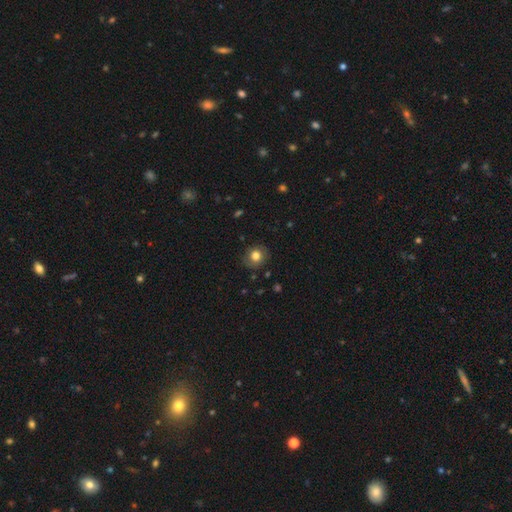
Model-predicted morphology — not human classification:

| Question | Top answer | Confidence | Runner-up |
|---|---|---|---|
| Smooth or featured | smooth | 78% | featured or disk (12%) |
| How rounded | round | 82% | in between (17%) |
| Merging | none | 81% | minor disturbance (14%) |